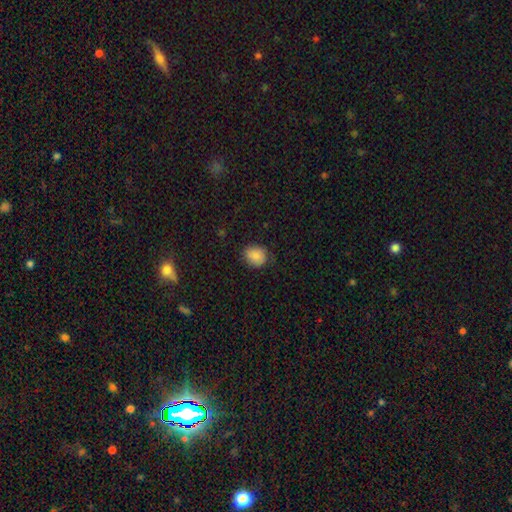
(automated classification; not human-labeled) This appears to be a smooth galaxy with no disk features (86%) that is round (63%). Merging: none (78%).